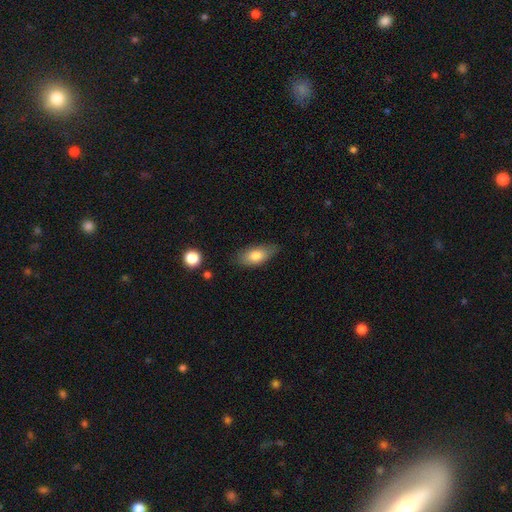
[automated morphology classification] The model was most divided on "merging": none: 75%, minor disturbance: 20%, major disturbance: 4%, merger: 2%. More confident: how rounded — in between (86%); smooth or featured — smooth (79%).